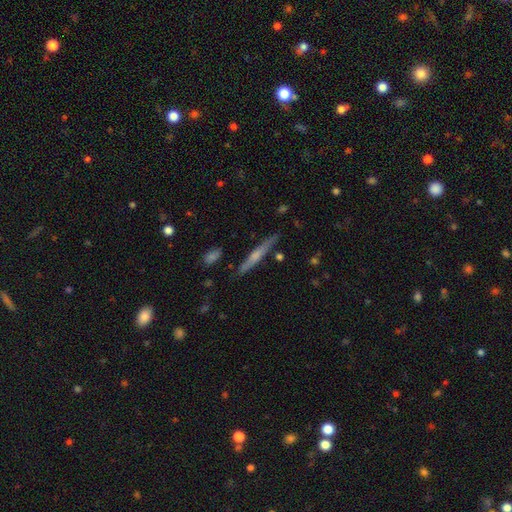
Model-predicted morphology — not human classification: Smooth or featured? Predicted: featured or disk (p=0.53). Edge-on disk? Predicted: yes (p=0.96). Edge-on bulge? Predicted: rounded (p=0.51). Merging? Predicted: none (p=0.86).